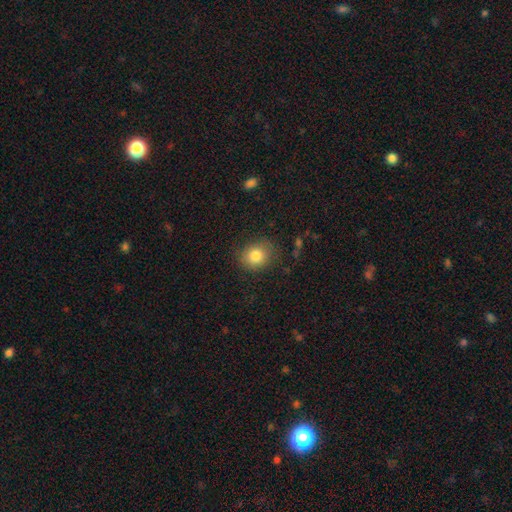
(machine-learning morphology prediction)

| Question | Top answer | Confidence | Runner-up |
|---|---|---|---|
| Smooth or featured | smooth | 83% | star or artifact (10%) |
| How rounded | round | 72% | in between (27%) |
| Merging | none | 82% | minor disturbance (13%) |